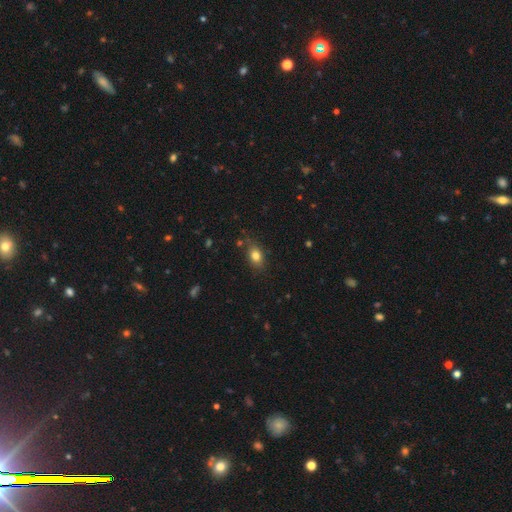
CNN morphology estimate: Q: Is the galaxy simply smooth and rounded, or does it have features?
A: smooth — 80%.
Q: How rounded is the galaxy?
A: in between — 75%.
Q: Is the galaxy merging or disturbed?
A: none — 76%.